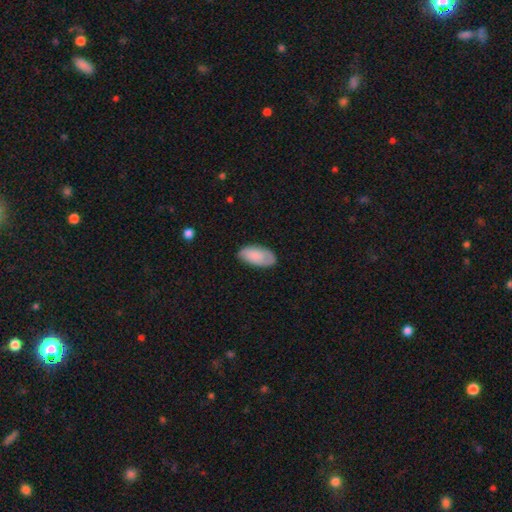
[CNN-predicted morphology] smooth-or-featured: smooth: 80% | featured or disk: 14% | star or artifact: 6%
  how-rounded: in between: 94% | cigar-shaped: 4% | round: 2%
  merging: none: 78% | minor disturbance: 18% | major disturbance: 3% | merger: 1%